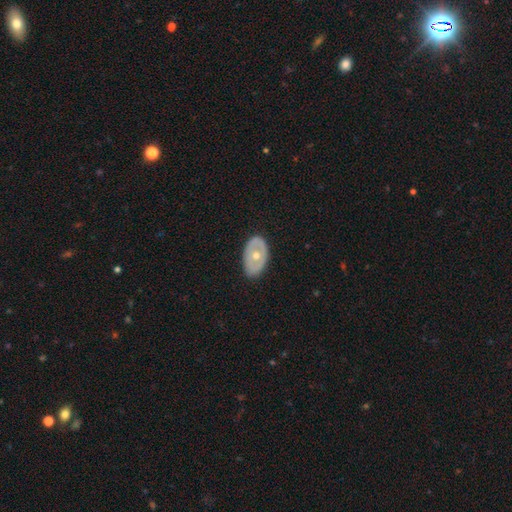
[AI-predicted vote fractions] Smooth or featured? featured or disk (51%)
Edge-on disk? no (87%)
Merging? none (83%)